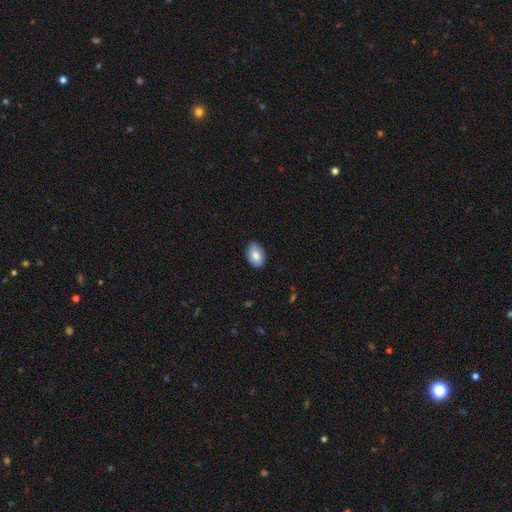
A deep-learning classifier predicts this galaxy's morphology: Smooth or featured? Predicted: smooth (p=0.85). How rounded? Predicted: in between (p=0.90). Merging? Predicted: none (p=0.86).